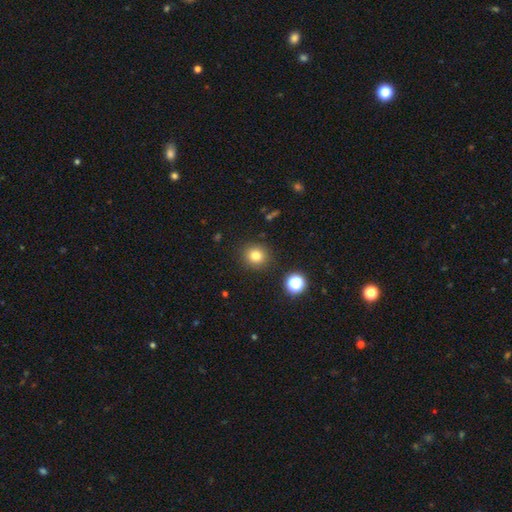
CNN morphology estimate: A smooth galaxy with no disk features (80%) that is round (89%).

Vote fractions:
- Smooth or featured? smooth: 80% / star or artifact: 14% / featured or disk: 6%
- How rounded? round: 89% / in between: 10% / cigar-shaped: 1%
- Merging? none: 88% / minor disturbance: 7% / major disturbance: 3% / merger: 2%